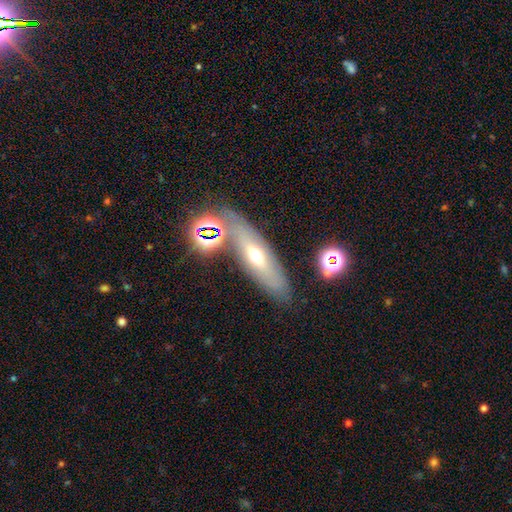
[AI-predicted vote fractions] Smooth or featured? smooth (43%)
Merging? none (72%)